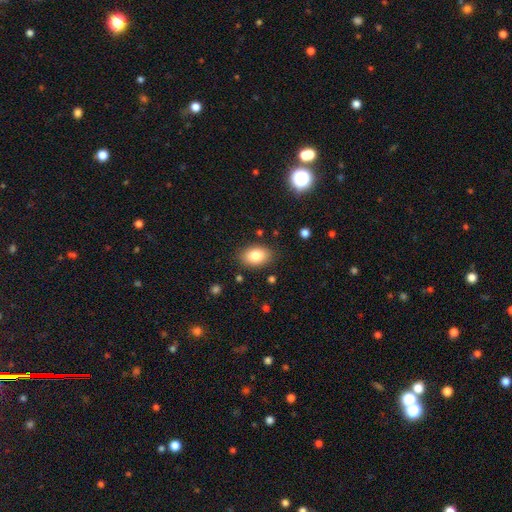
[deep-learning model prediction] The model was most divided on "smooth or featured": smooth: 82%, featured or disk: 10%, star or artifact: 8%. More confident: how rounded — in between (86%); merging — none (85%).